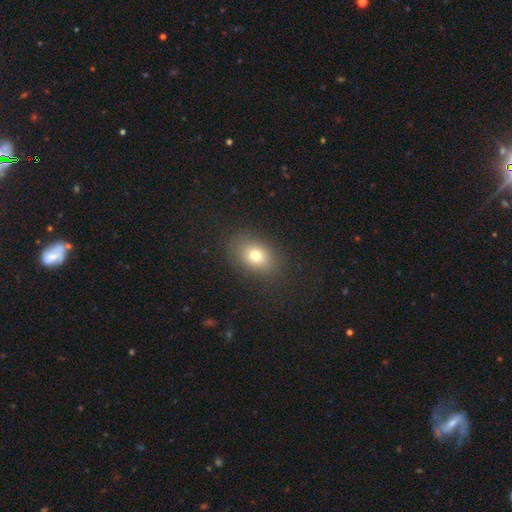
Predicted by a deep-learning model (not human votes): Smooth or featured? Predicted: smooth (p=0.75). How rounded? Predicted: in between (p=0.70). Merging? Predicted: none (p=0.84).